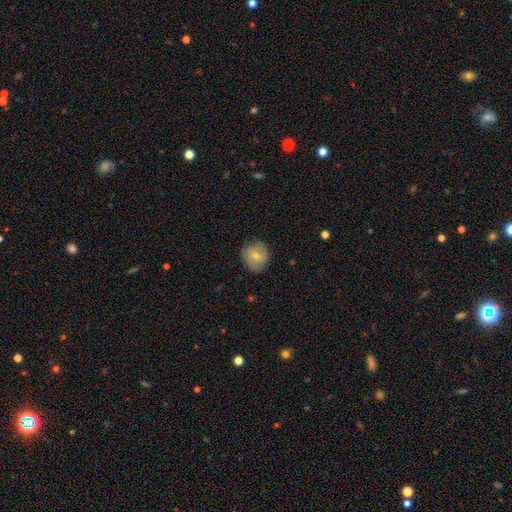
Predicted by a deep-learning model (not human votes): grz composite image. It shows a smooth galaxy with no disk features (69%) that is round (87%). Merging: none (80%).